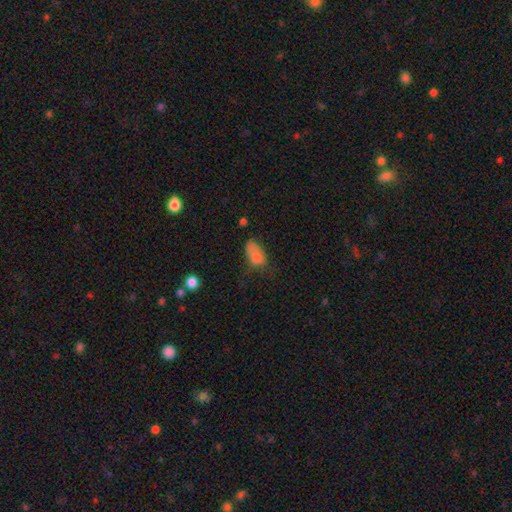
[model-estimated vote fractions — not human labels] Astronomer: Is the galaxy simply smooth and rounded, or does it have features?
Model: smooth — 79%.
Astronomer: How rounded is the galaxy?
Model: in between — 91%.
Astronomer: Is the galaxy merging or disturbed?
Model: minor disturbance — 37% (runner-up: none, 35%).